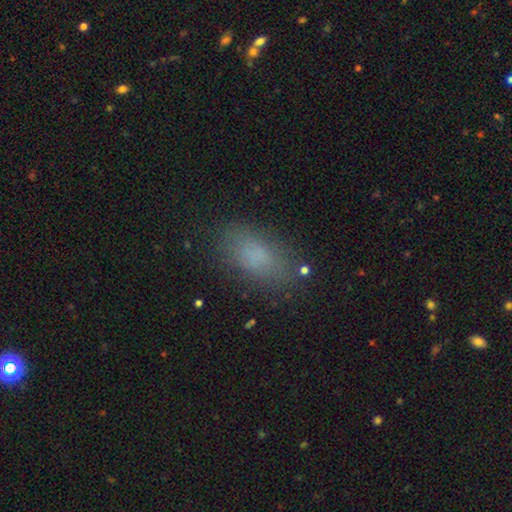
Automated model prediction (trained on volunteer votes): Smooth or featured?
  - smooth: 79% *
  - star or artifact: 11%
  - featured or disk: 9%
How rounded?
  - in between: 89% *
  - round: 6%
  - cigar-shaped: 5%
Merging?
  - none: 77% *
  - minor disturbance: 16%
  - major disturbance: 6%
  - merger: 2%